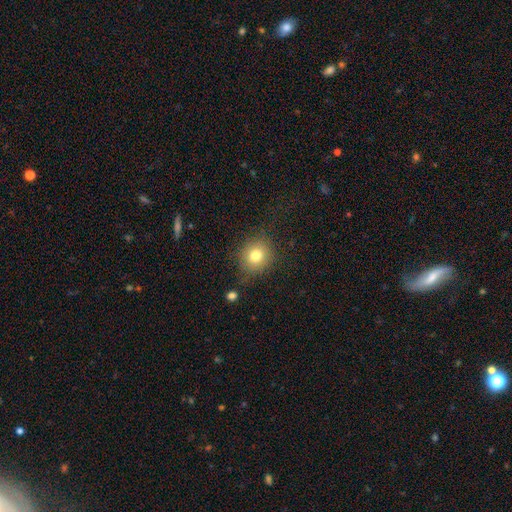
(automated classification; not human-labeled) smooth 78%, star or artifact 11%, featured or disk 10%. Down the decision tree: how rounded — round (77%); merging — none (78%).